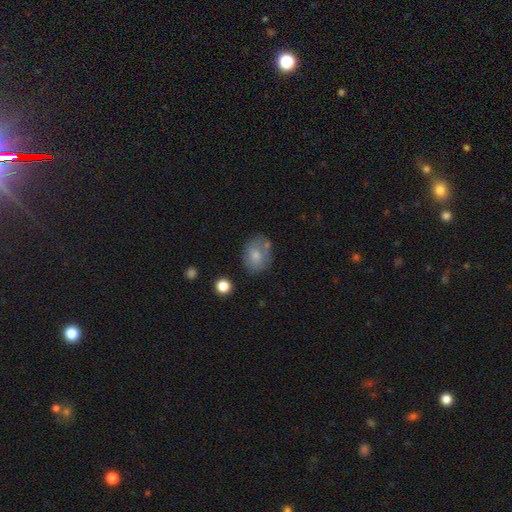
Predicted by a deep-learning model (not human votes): This is likely a smooth galaxy (73%). How rounded: likely in between (65%). Merging: possibly none (55%).